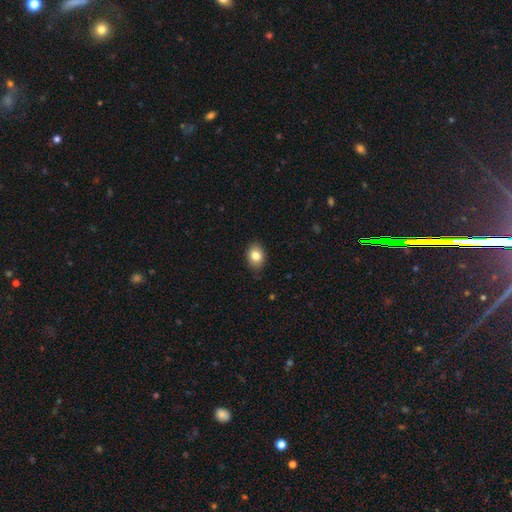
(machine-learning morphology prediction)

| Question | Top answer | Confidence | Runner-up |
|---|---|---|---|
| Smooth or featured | smooth | 82% | featured or disk (9%) |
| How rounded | in between | 71% | round (28%) |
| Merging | none | 85% | minor disturbance (12%) |